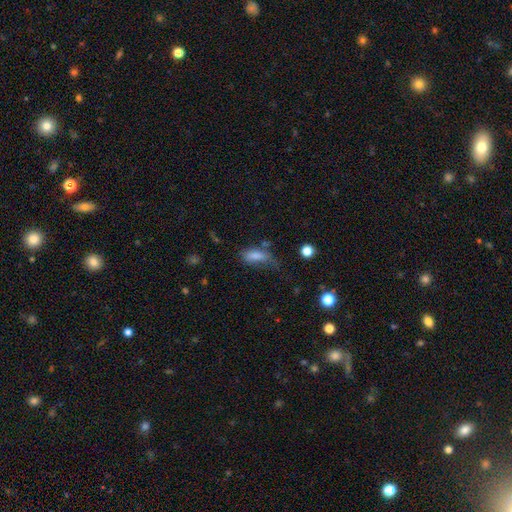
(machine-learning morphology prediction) Smooth or featured? smooth (78%)
How rounded? in between (75%)
Merging? none (35%)